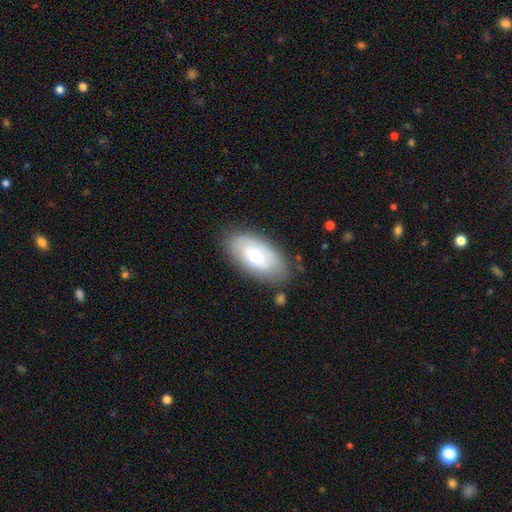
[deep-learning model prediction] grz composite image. It shows a smooth galaxy with no disk features (54%) that is in between round and cigar-shaped (93%). Merging: none (75%).